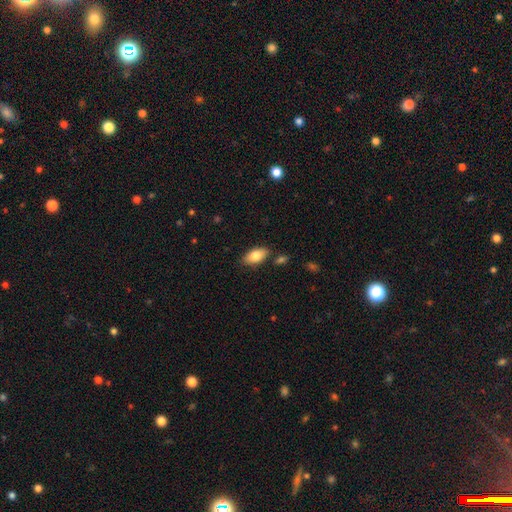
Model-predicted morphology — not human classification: type=smooth (80%); roundness=in between (91%); merging=none (82%).